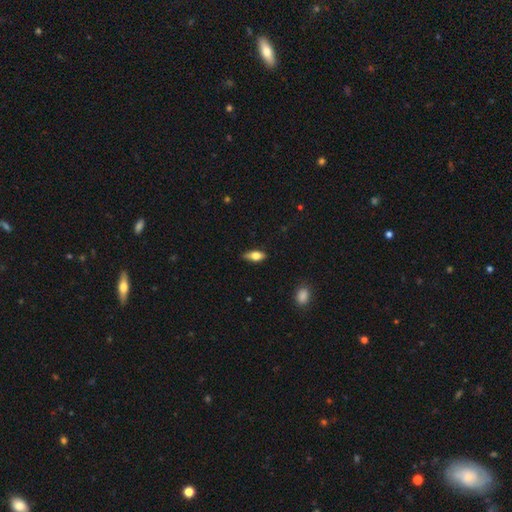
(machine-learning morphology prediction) A smooth galaxy with no disk features (63%) that is in between round and cigar-shaped (78%). Merging: none (83%).